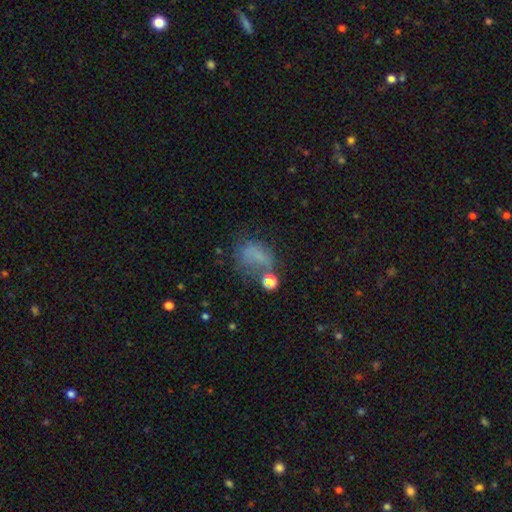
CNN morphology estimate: This is possibly a smooth galaxy (58%). How rounded: likely in between (68%). Merging: marginally none (35%).